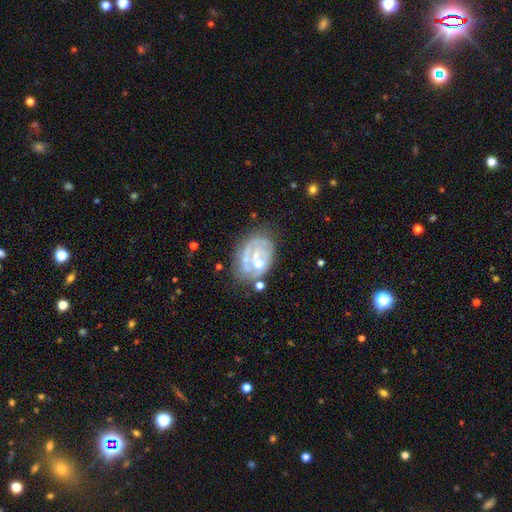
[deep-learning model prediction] Smooth or featured: featured or disk — 69% (smooth — 19%)
Edge-on disk: no — 96% (yes — 4%)
Bar: no — 69% (weak — 23%)
Spiral arms: yes — 66% (no — 34%)
Bulge size: moderate — 61% (small — 29%)
Merging: none — 61% (minor disturbance — 20%)